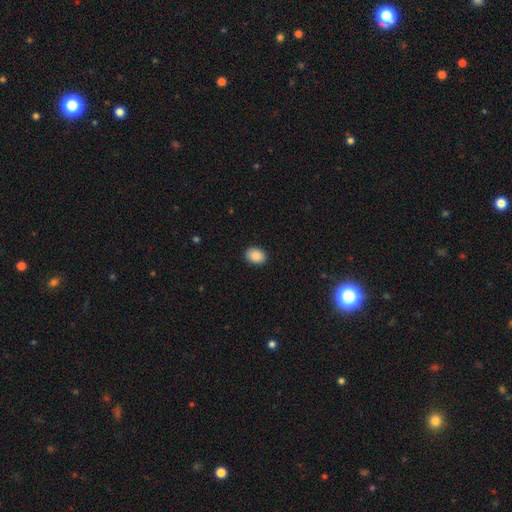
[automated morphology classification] smooth 89%, star or artifact 8%, featured or disk 3%. Down the decision tree: how rounded — in between (72%); merging — none (90%).